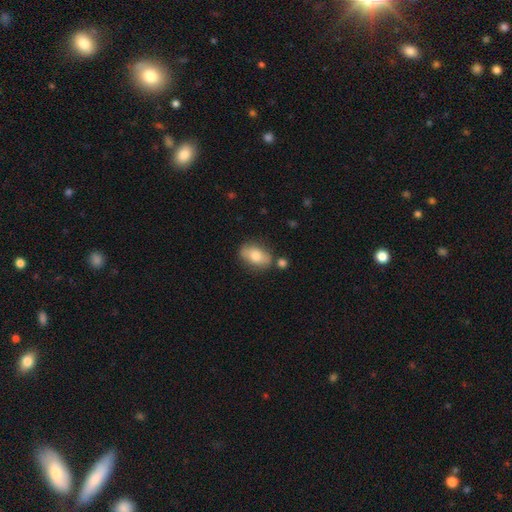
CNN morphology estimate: Q: Smooth or featured?
A: smooth (73%); runner-up: featured or disk (20%)
Q: How rounded?
A: in between (87%); runner-up: round (9%)
Q: Merging?
A: none (75%); runner-up: minor disturbance (14%)